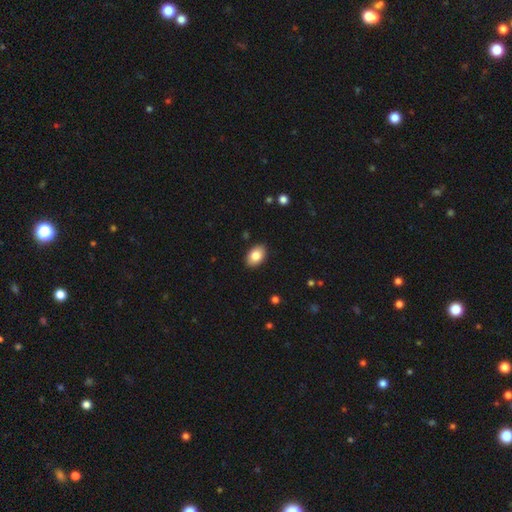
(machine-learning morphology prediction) smooth 84%, featured or disk 9%, star or artifact 7%. Down the decision tree: how rounded — in between (89%); merging — none (89%).